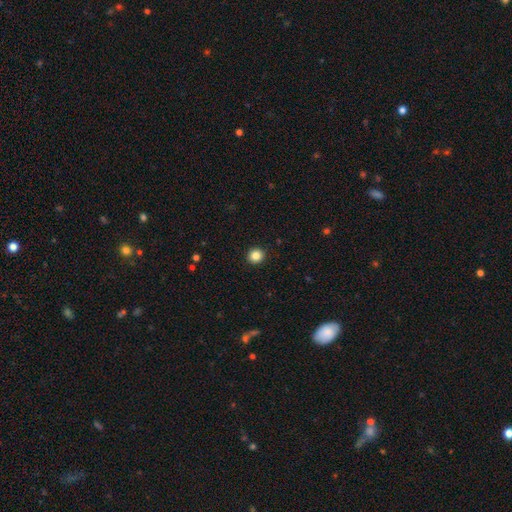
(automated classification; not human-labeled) The model was most divided on "smooth or featured": smooth: 85%, star or artifact: 11%, featured or disk: 4%. More confident: merging — none (93%); how rounded — round (91%).